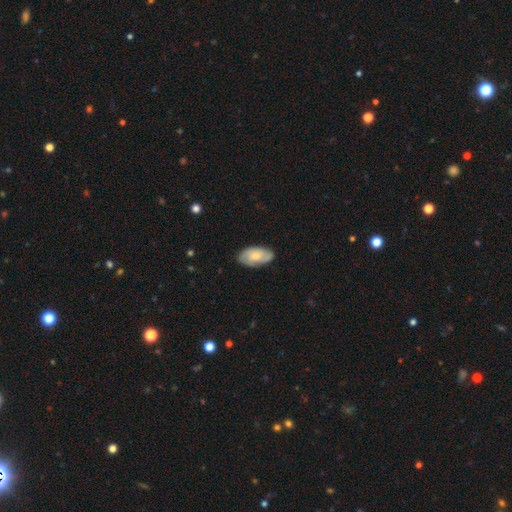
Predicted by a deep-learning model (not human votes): Q: Smooth or featured?
A: smooth (50%); runner-up: featured or disk (44%)
Q: How rounded?
A: in between (93%); runner-up: round (3%)
Q: Merging?
A: none (81%); runner-up: minor disturbance (15%)